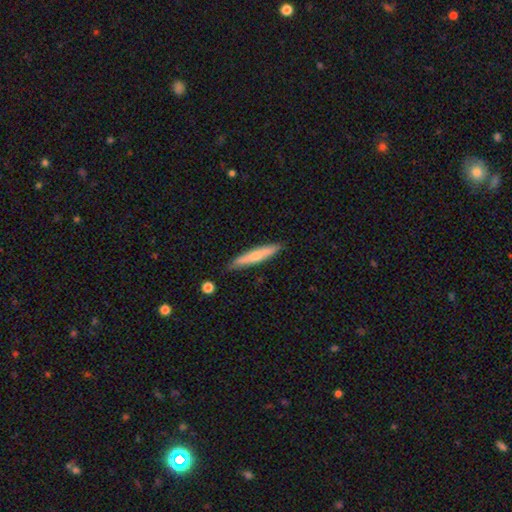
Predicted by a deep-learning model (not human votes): Smooth or featured: smooth — 59% (featured or disk — 35%)
How rounded: cigar-shaped — 90% (in between — 8%)
Merging: none — 85% (minor disturbance — 12%)